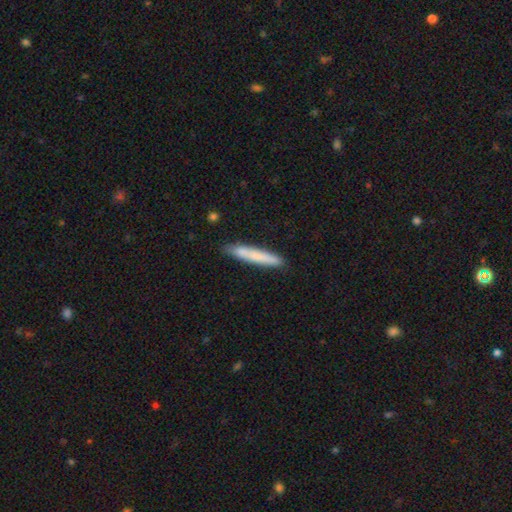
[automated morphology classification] Smooth or featured?
  - smooth: 75% *
  - featured or disk: 19%
  - star or artifact: 6%
How rounded?
  - cigar-shaped: 94% *
  - in between: 5%
  - round: 1%
Merging?
  - none: 84% *
  - minor disturbance: 12%
  - merger: 2%
  - major disturbance: 2%